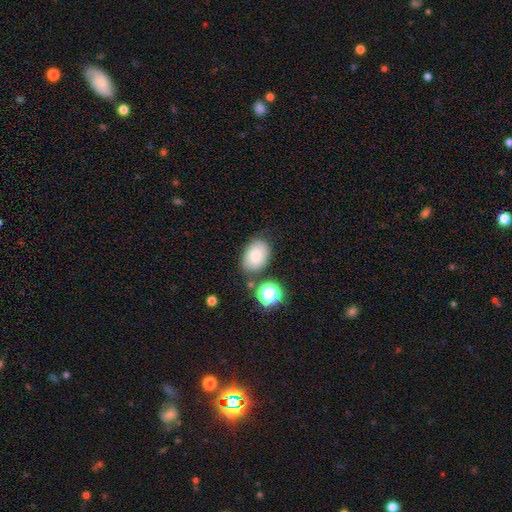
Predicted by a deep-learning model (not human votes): smooth_or_featured: smooth (p=0.78) [alt: featured or disk p=0.12]
how_rounded: in between (p=0.80) [alt: round p=0.19]
merging: none (p=0.71) [alt: minor disturbance p=0.18]